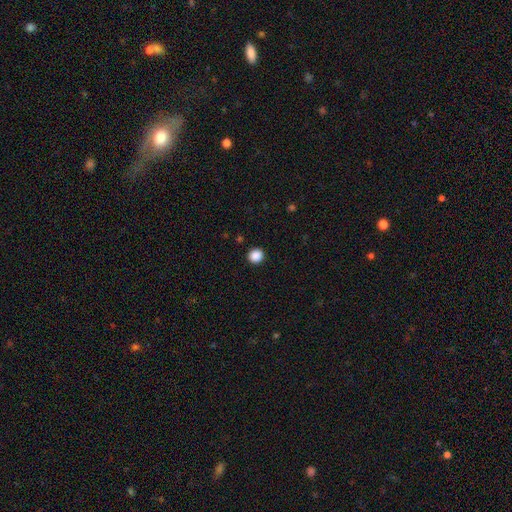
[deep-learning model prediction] This is clearly a smooth galaxy (88%). How rounded: clearly round (93%). Merging: clearly none (93%).